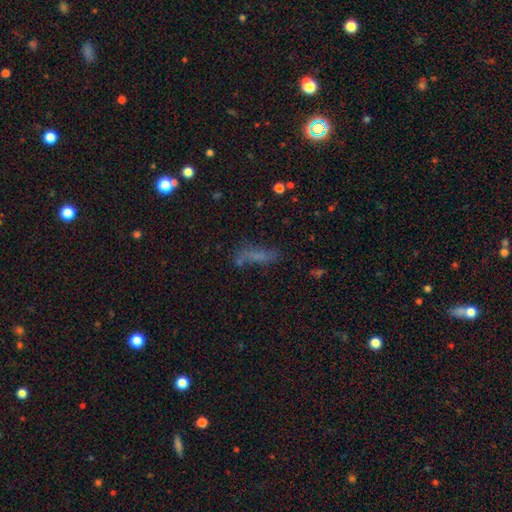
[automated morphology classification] Overall: smooth (55%; featured or disk 24%). How rounded: cigar-shaped (58%; in between 37%). Merging: none (53%; minor disturbance 22%).